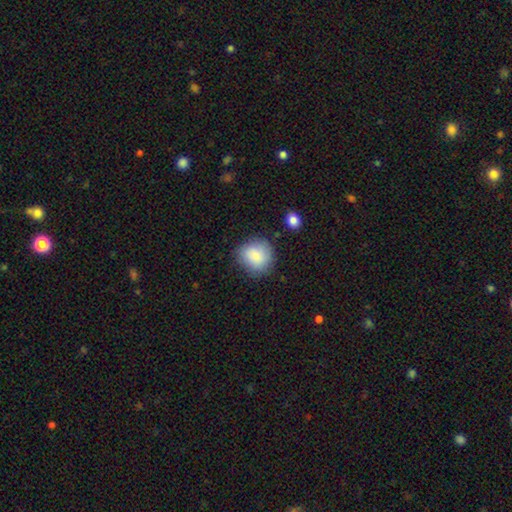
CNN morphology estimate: Smooth or featured?
  - smooth: 81% *
  - featured or disk: 12%
  - star or artifact: 8%
How rounded?
  - round: 83% *
  - in between: 16%
  - cigar-shaped: 1%
Merging?
  - none: 77% *
  - minor disturbance: 16%
  - major disturbance: 4%
  - merger: 2%